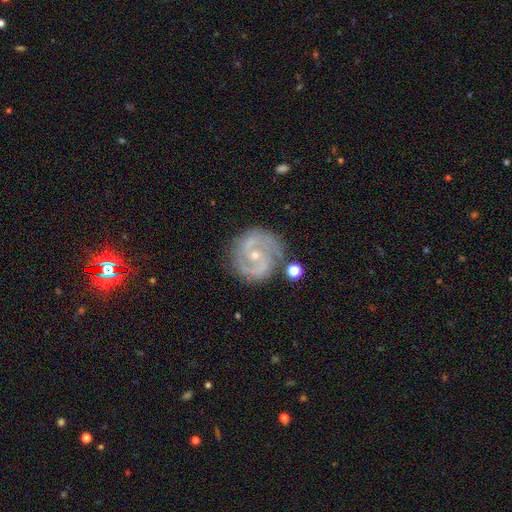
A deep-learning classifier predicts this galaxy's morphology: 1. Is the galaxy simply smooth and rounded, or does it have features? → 87% featured or disk, 7% smooth, 6% star or artifact.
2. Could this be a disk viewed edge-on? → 98% no, 2% yes.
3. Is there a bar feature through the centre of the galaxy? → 53% no, 35% weak, 12% strong.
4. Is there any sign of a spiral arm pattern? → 96% yes, 4% no.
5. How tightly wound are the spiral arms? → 48% medium, 42% tight, 10% loose.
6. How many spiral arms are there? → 81% 2, 7% 3, 6% can't tell, 2% 1, 2% 4, 2% more than 4.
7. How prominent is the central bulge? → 69% small, 28% moderate, 2% none, 1% large, 1% dominant.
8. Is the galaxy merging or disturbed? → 76% none, 15% minor disturbance, 5% major disturbance, 3% merger.